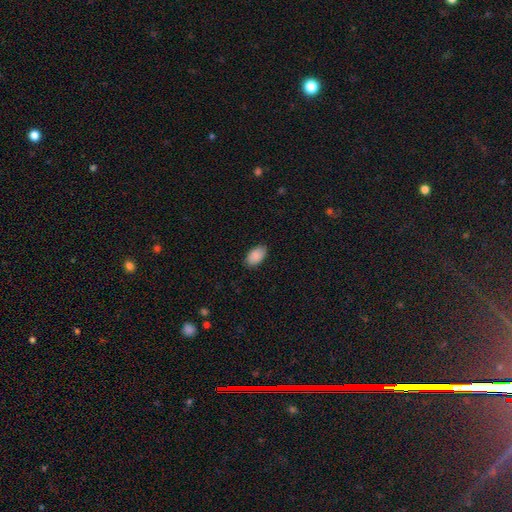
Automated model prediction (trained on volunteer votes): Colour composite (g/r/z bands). It shows a smooth galaxy with no disk features (89%) that is in between round and cigar-shaped (94%). Merging: none (87%).